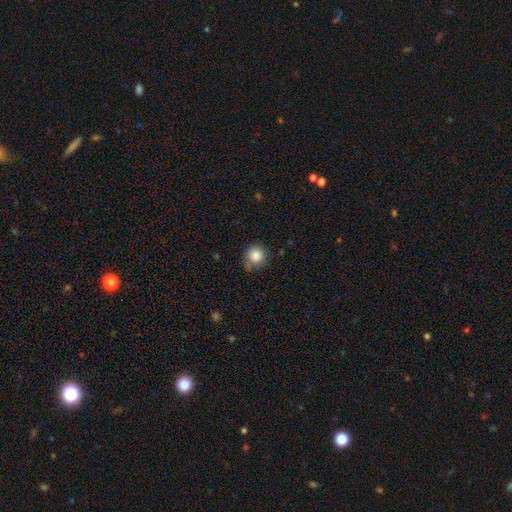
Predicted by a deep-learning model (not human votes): A smooth galaxy with no disk features (85%) that is round (90%). Merging: none (69%).